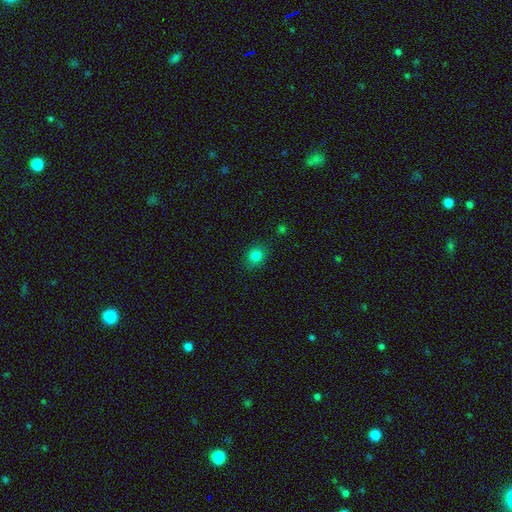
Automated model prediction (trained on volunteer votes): A smooth galaxy with no disk features (81%) that is round (71%). Merging: none (85%).